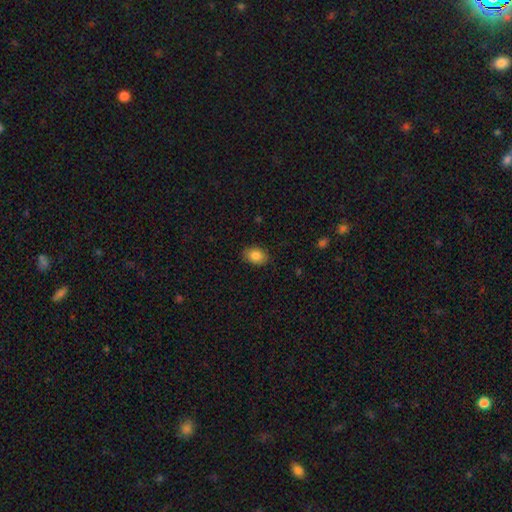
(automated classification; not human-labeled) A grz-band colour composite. It shows a smooth galaxy with no disk features (85%) that is in between round and cigar-shaped (81%). Merging: none (88%).